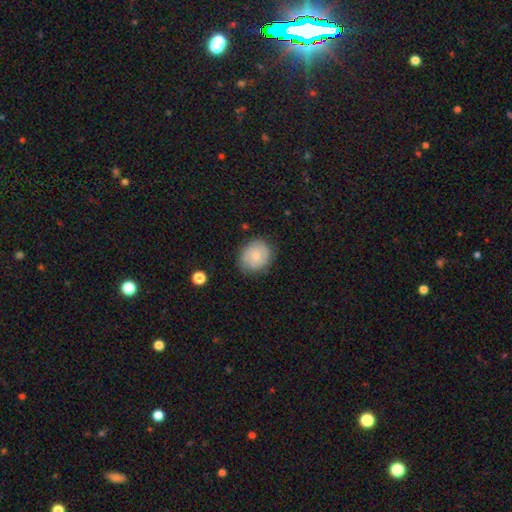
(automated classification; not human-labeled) Smooth or featured?
  - smooth: 59% *
  - featured or disk: 34%
  - star or artifact: 8%
How rounded?
  - round: 69% *
  - in between: 30%
  - cigar-shaped: 1%
Merging?
  - none: 74% *
  - minor disturbance: 20%
  - major disturbance: 5%
  - merger: 1%